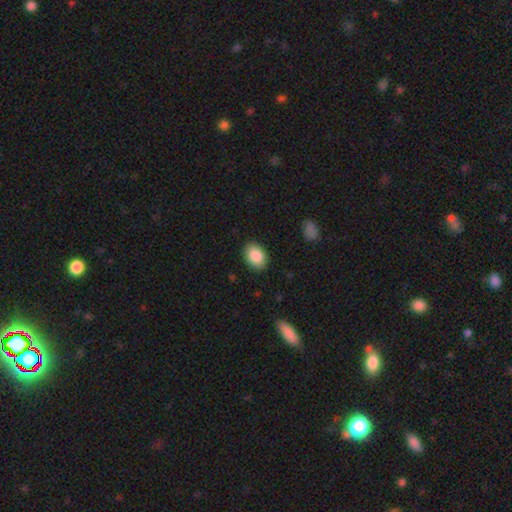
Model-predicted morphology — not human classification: Smooth or featured?
  - smooth: 88% *
  - star or artifact: 7%
  - featured or disk: 5%
How rounded?
  - in between: 75% *
  - round: 24%
  - cigar-shaped: 1%
Merging?
  - none: 88% *
  - minor disturbance: 9%
  - major disturbance: 2%
  - merger: 1%